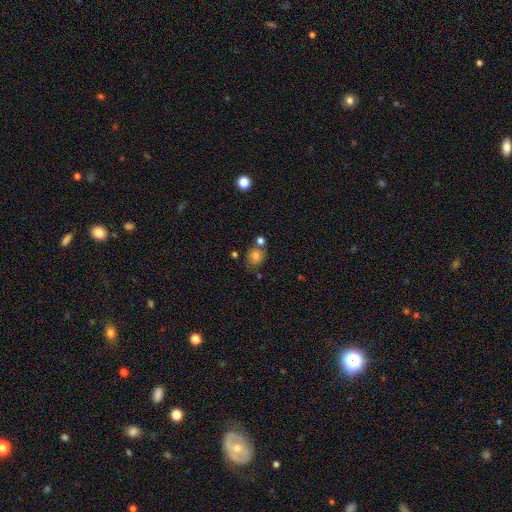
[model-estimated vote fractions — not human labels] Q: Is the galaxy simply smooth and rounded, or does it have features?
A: smooth — 75%.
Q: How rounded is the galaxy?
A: round — 63%.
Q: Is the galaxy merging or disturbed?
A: none — 62%.